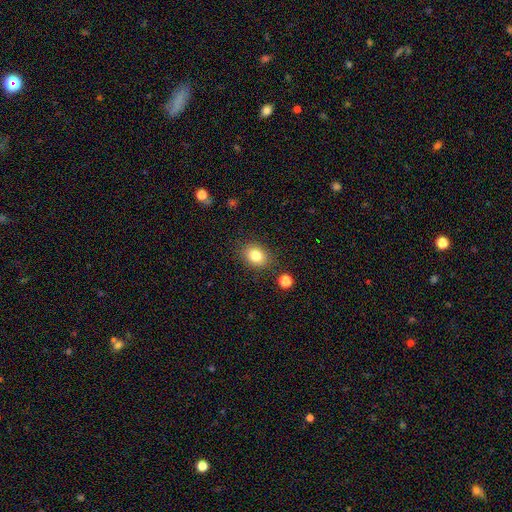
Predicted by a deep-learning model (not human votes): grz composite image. It shows a smooth galaxy with no disk features (82%) that is in between round and cigar-shaped (61%). Merging: none (84%).